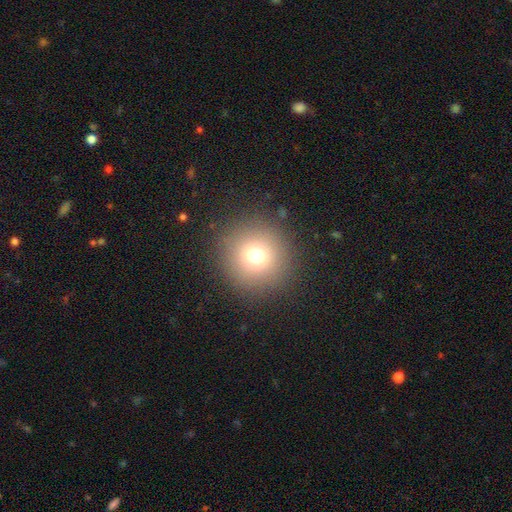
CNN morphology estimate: Smooth or featured: smooth — 73% (star or artifact — 17%)
How rounded: round — 96% (in between — 3%)
Merging: none — 90% (minor disturbance — 6%)